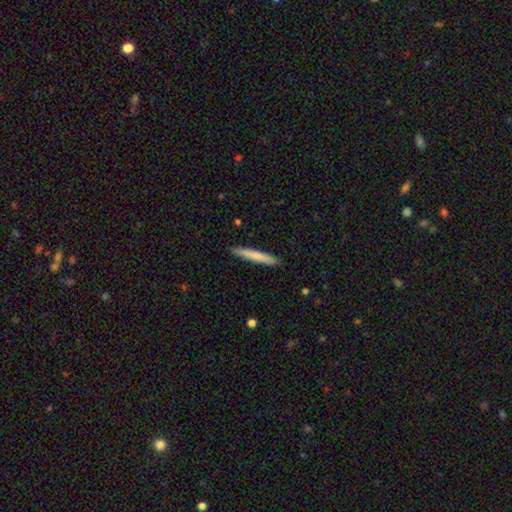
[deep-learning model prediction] A smooth galaxy with no disk features (75%) that is cigar-shaped (95%).

Vote fractions:
- Smooth or featured? smooth: 75% / featured or disk: 20% / star or artifact: 5%
- How rounded? cigar-shaped: 95% / in between: 3% / round: 1%
- Merging? none: 91% / minor disturbance: 6% / major disturbance: 1% / merger: 1%